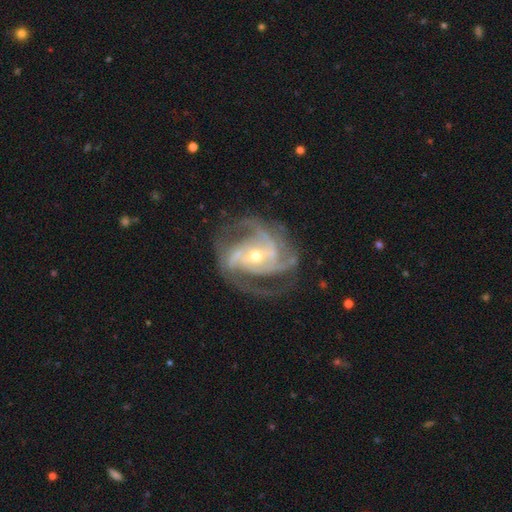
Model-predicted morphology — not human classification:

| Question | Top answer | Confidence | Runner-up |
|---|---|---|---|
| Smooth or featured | featured or disk | 91% | star or artifact (5%) |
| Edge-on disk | no | 98% | yes (2%) |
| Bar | no | 39% | weak (36%) |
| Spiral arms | yes | 98% | no (2%) |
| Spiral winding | medium | 49% | tight (40%) |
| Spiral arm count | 3 | 47% | 2 (21%) |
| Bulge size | small | 53% | moderate (44%) |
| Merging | none | 68% | minor disturbance (17%) |